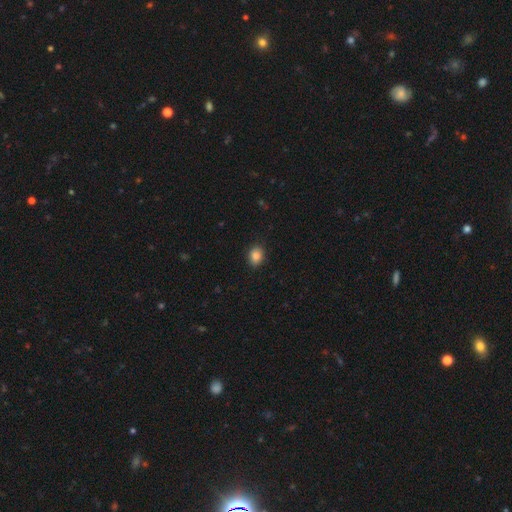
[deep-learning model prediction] Smooth or featured: smooth — 86% (star or artifact — 10%)
How rounded: in between — 50% (round — 49%)
Merging: none — 88% (minor disturbance — 9%)